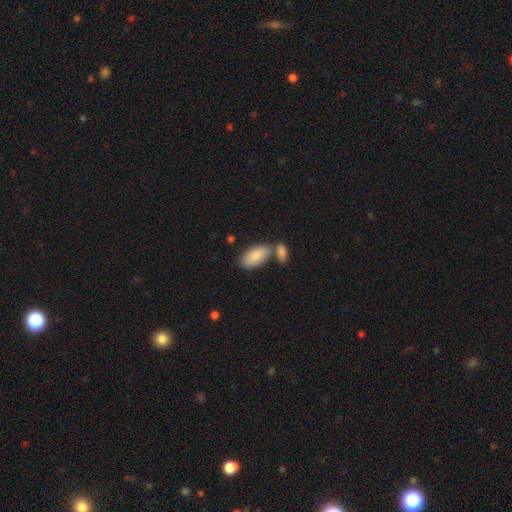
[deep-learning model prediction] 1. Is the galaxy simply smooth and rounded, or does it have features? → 86% smooth, 9% featured or disk, 6% star or artifact.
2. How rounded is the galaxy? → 93% in between, 5% cigar-shaped, 2% round.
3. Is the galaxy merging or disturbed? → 52% none, 31% merger, 13% minor disturbance, 4% major disturbance.